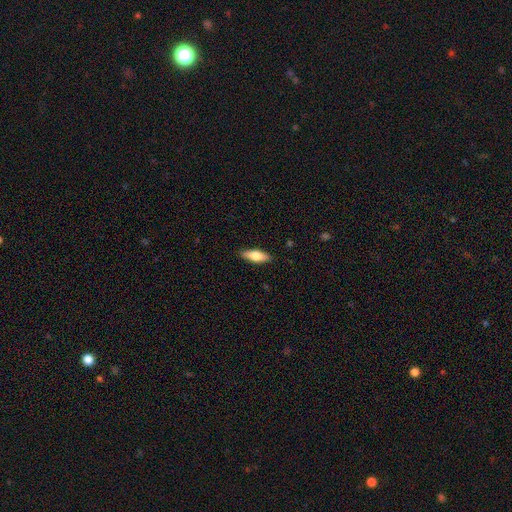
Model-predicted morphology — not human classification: Overall: smooth (71%). How rounded: in between (63%; cigar-shaped 35%). Merging: none (89%).